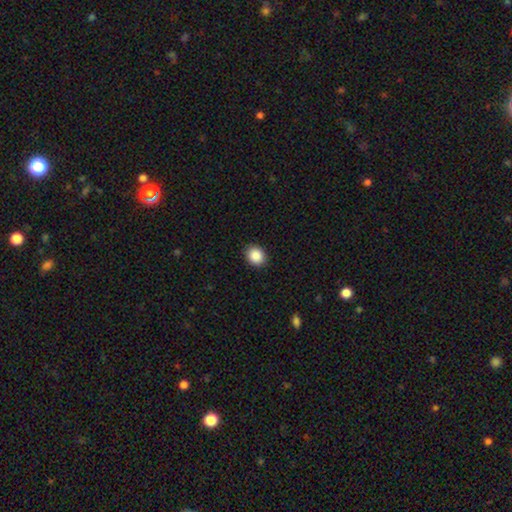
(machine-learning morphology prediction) Overall: smooth (88%). How rounded: round (62%; in between 37%). Merging: none (91%).